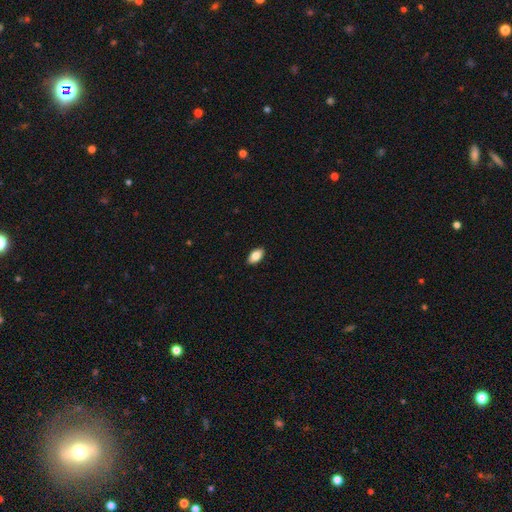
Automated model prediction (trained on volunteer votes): Overall: smooth (84%). How rounded: in between (93%). Merging: none (90%).